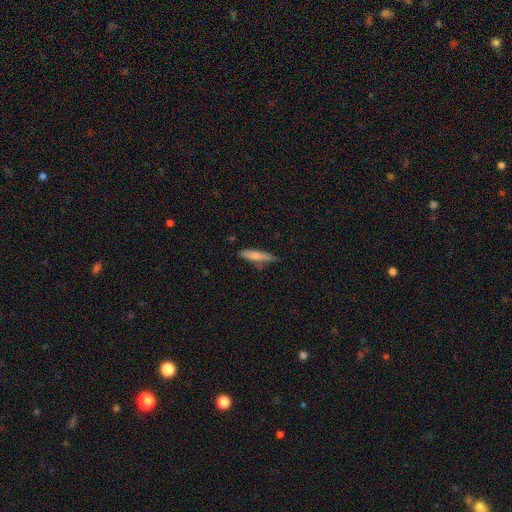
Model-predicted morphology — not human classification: Smooth or featured? smooth (77%)
How rounded? cigar-shaped (78%)
Merging? none (67%)